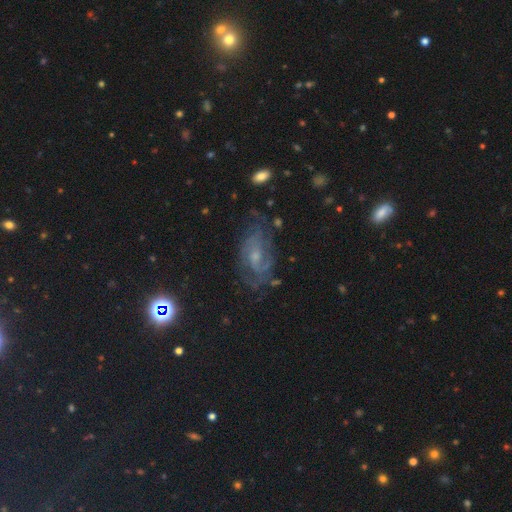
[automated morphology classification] smooth-or-featured: featured or disk: 71% | smooth: 16% | star or artifact: 14%
  disk-edge-on: no: 95% | yes: 5%
    bar: no: 53% | weak: 40% | strong: 7%
    has-spiral-arms: yes: 85% | no: 15%
      spiral-winding: medium: 42% | tight: 40% | loose: 17%
      spiral-arm-count: can't tell: 41% | 2: 35% | 3: 10% | 1: 6% | 4: 4% | more than 4: 4%
    bulge-size: small: 54% | moderate: 35% | none: 7% | large: 2% | dominant: 1%
  merging: none: 63% | minor disturbance: 21% | major disturbance: 13% | merger: 2%